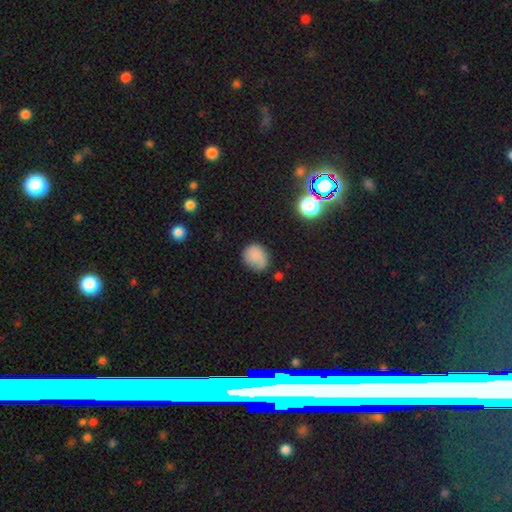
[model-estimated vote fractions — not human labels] The model was most divided on "merging": none: 65%, minor disturbance: 25%, major disturbance: 7%, merger: 3%. More confident: smooth or featured — smooth (78%); how rounded — round (72%).